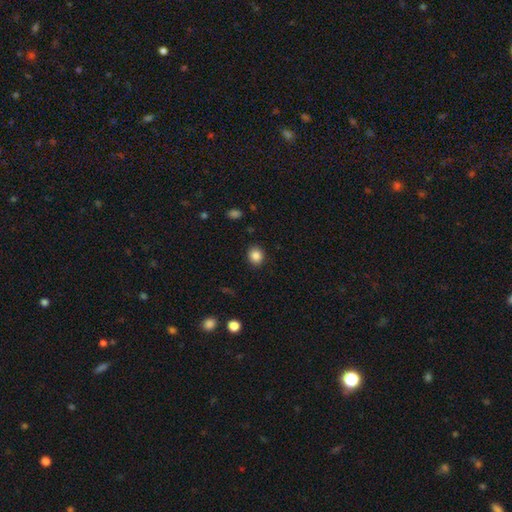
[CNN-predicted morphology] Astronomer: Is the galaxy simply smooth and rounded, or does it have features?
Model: smooth — 86%.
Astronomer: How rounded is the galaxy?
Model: round — 79%.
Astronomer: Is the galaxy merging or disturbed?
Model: none — 89%.